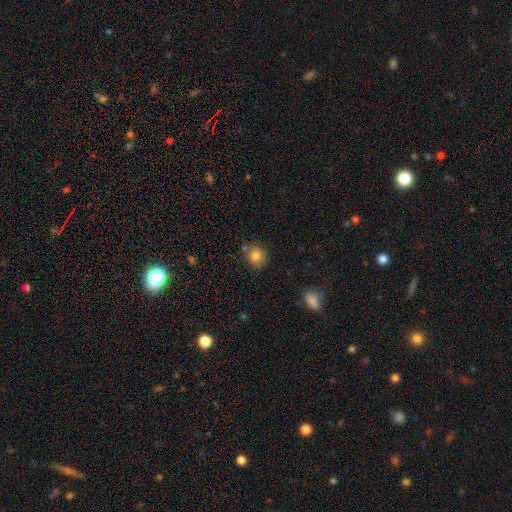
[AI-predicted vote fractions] Smooth or featured?
  - smooth: 82% *
  - star or artifact: 10%
  - featured or disk: 8%
How rounded?
  - round: 77% *
  - in between: 22%
  - cigar-shaped: 1%
Merging?
  - none: 77% *
  - minor disturbance: 13%
  - merger: 8%
  - major disturbance: 3%